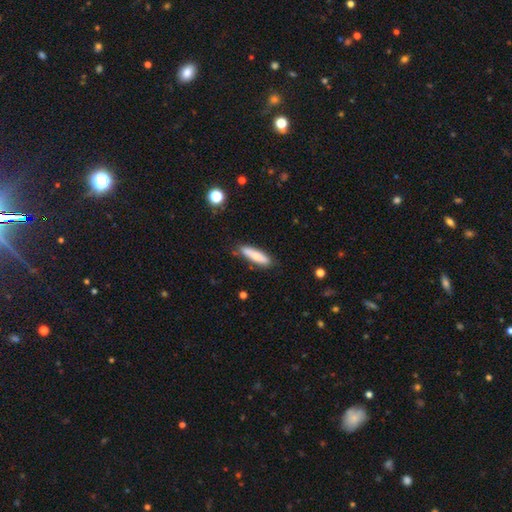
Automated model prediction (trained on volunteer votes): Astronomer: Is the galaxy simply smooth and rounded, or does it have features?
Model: smooth — 79%.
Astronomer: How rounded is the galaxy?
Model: cigar-shaped — 74%.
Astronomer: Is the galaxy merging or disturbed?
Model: none — 80%.